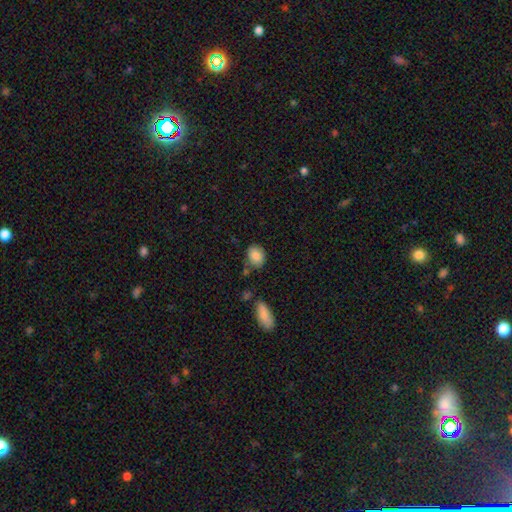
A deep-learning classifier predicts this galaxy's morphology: Smooth or featured? Predicted: smooth (p=0.84). How rounded? Predicted: round (p=0.52). Merging? Predicted: none (p=0.73).